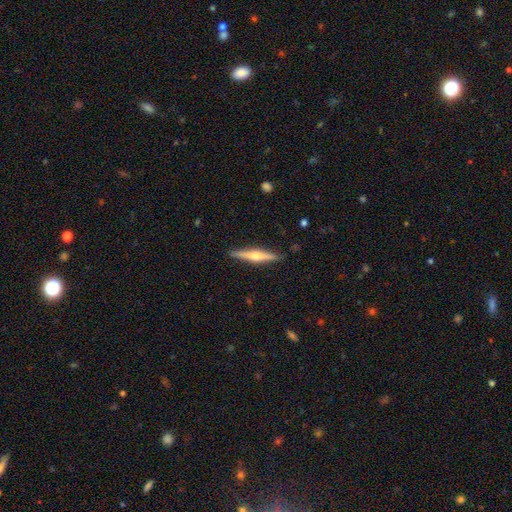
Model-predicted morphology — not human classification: A featured or disk galaxy (67%) viewed edge-on (98%) with a rounded central bulge (90%).

Vote fractions:
- Smooth or featured? featured or disk: 67% / smooth: 28% / star or artifact: 5%
- Edge-on disk? yes: 98% / no: 2%
- Edge-on bulge? rounded: 90% / none: 5% / boxy: 5%
- Merging? none: 90% / minor disturbance: 7% / major disturbance: 1% / merger: 1%